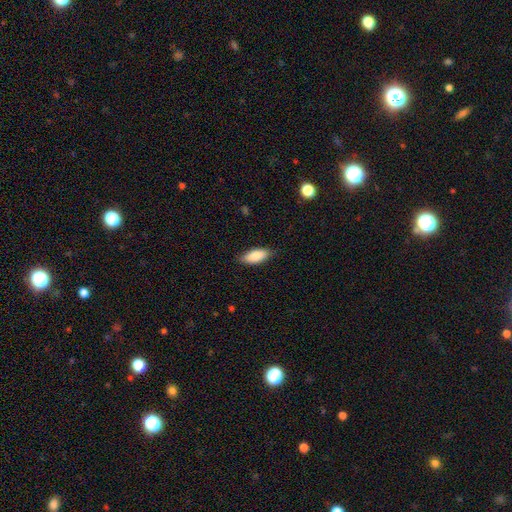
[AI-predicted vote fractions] Overall: smooth (86%). How rounded: in between (84%). Merging: none (82%).